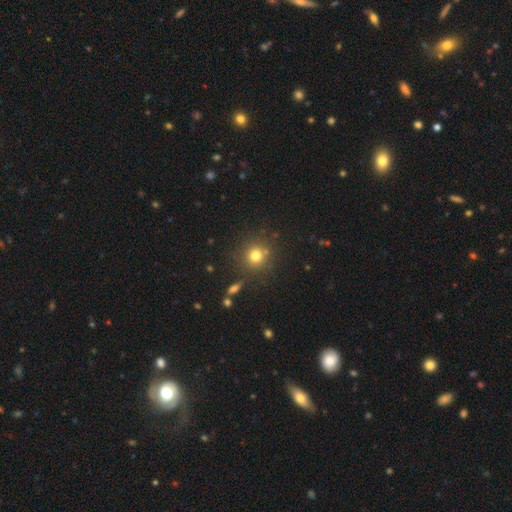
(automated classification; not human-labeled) This is likely a smooth galaxy (78%). How rounded: clearly round (91%). Merging: clearly none (82%).